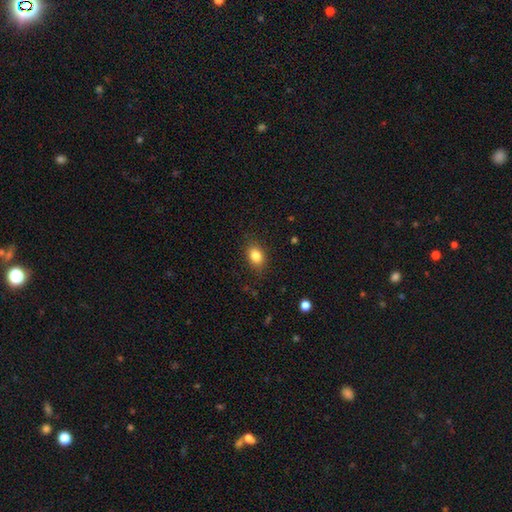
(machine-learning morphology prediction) A smooth galaxy with no disk features (84%) that is in between round and cigar-shaped (74%). Merging: none (84%).